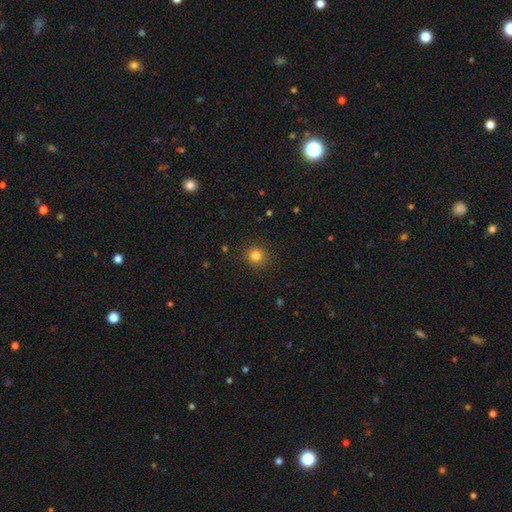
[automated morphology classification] This appears to be a smooth galaxy with no disk features (81%) that is round (92%). Merging: none (91%).